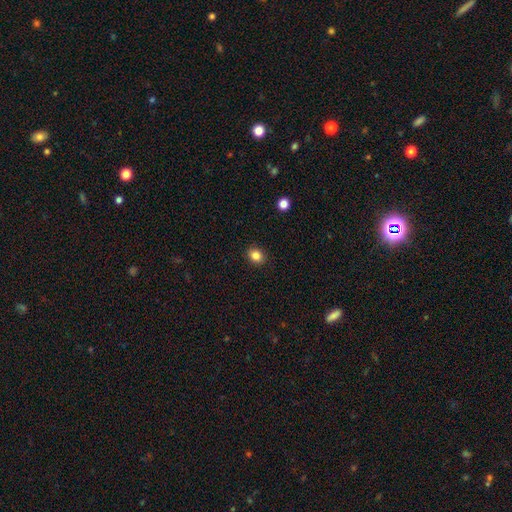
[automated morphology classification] Q: Smooth or featured?
A: smooth (84%); runner-up: star or artifact (11%)
Q: How rounded?
A: round (59%); runner-up: in between (40%)
Q: Merging?
A: none (90%); runner-up: minor disturbance (7%)